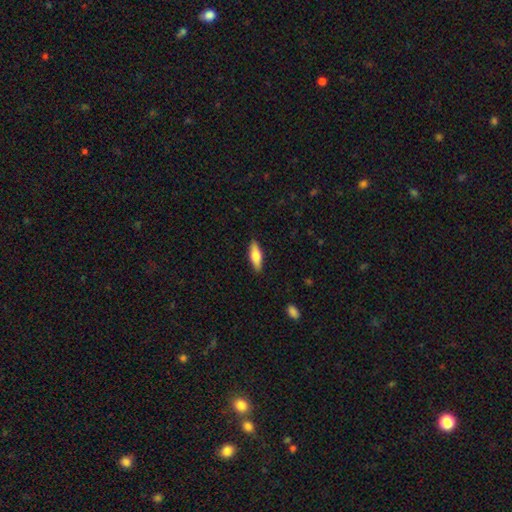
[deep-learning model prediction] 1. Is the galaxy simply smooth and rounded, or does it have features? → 70% smooth, 25% featured or disk, 6% star or artifact.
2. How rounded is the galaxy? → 53% in between, 44% cigar-shaped, 2% round.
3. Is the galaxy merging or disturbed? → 89% none, 8% minor disturbance, 2% major disturbance, 1% merger.